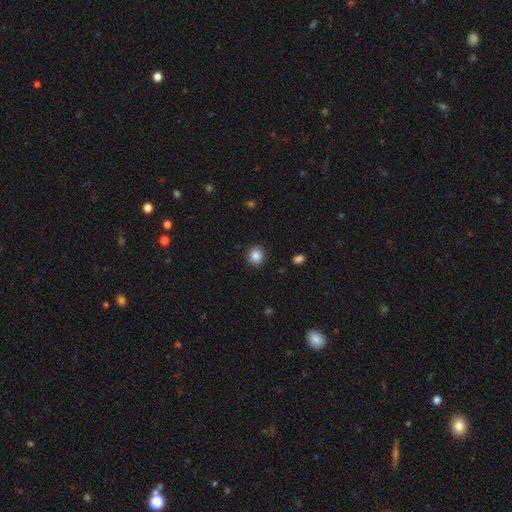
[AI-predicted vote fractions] smooth-or-featured: smooth: 85% | star or artifact: 10% | featured or disk: 5%
  how-rounded: round: 83% | in between: 16% | cigar-shaped: 1%
  merging: none: 91% | minor disturbance: 6% | major disturbance: 2% | merger: 1%